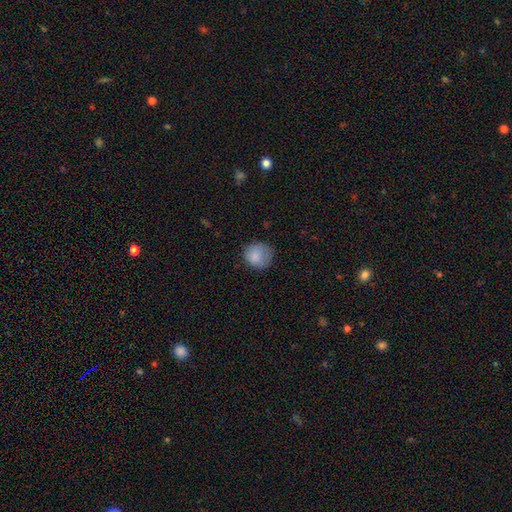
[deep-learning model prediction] A smooth galaxy with no disk features (85%) that is round (88%).

Vote fractions:
- Smooth or featured? smooth: 85% / star or artifact: 8% / featured or disk: 6%
- How rounded? round: 88% / in between: 11% / cigar-shaped: 1%
- Merging? none: 71% / minor disturbance: 21% / major disturbance: 7% / merger: 1%